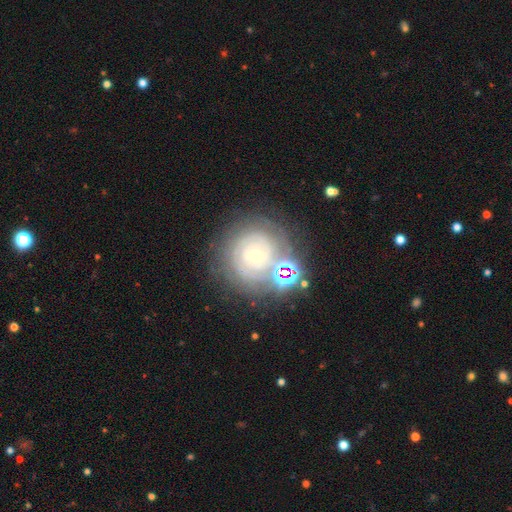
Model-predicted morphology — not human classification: smooth_or_featured: featured or disk (p=0.72) [alt: smooth p=0.16]
disk_edge_on: no (p=0.97) [alt: yes p=0.03]
bar: no (p=0.60) [alt: weak p=0.29]
has_spiral_arms: yes (p=0.85) [alt: no p=0.15]
spiral_winding: tight (p=0.80) [alt: medium p=0.15]
spiral_arm_count: can't tell (p=0.48) [alt: 2 p=0.17]
bulge_size: moderate (p=0.48) [alt: small p=0.47]
merging: none (p=0.69) [alt: minor disturbance p=0.14]